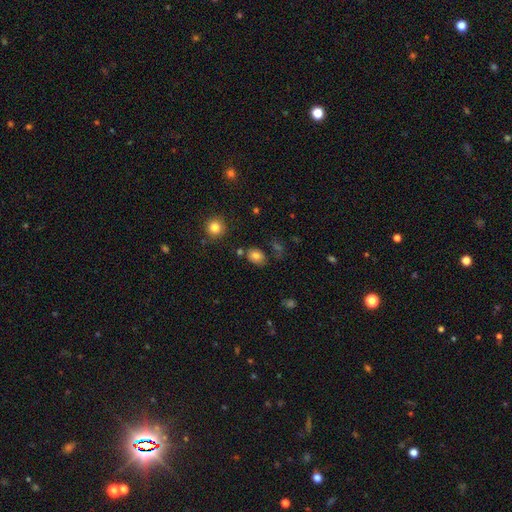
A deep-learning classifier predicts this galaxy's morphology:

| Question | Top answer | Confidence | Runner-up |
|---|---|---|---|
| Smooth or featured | smooth | 80% | star or artifact (11%) |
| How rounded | in between | 65% | round (33%) |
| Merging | none | 72% | minor disturbance (16%) |